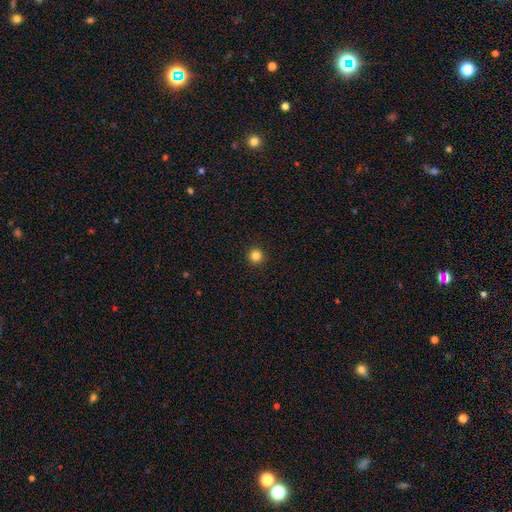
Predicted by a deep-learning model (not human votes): Overall: smooth (83%). How rounded: round (96%). Merging: none (94%).